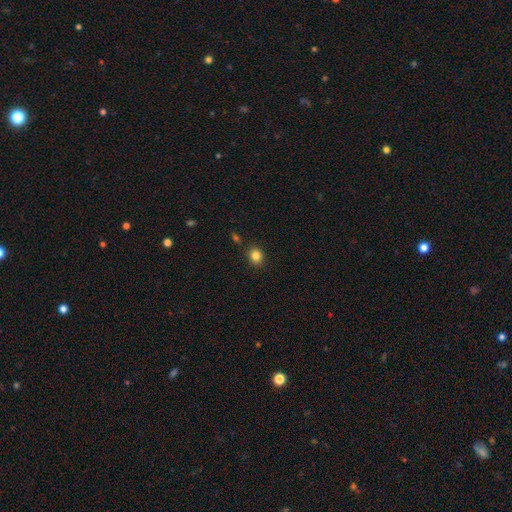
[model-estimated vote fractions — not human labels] smooth 83%, star or artifact 11%, featured or disk 5%. Down the decision tree: how rounded — round (69%); merging — none (84%).